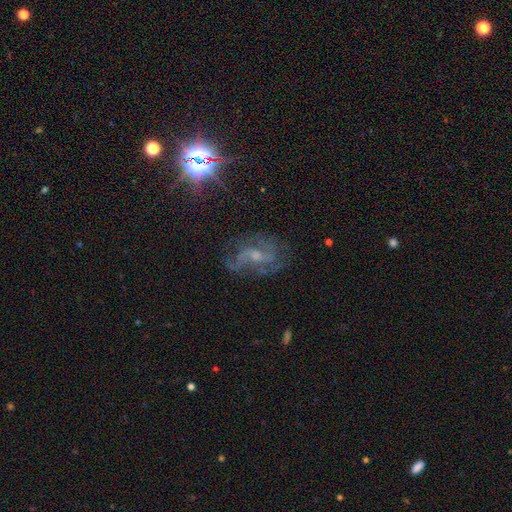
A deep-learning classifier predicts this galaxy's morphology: This appears to be a featured or disk galaxy (70%) with no bar (45%), 2 (41%) medium (45%) spiral arms (87%) and a small central bulge (53%). Merging: none (60%).